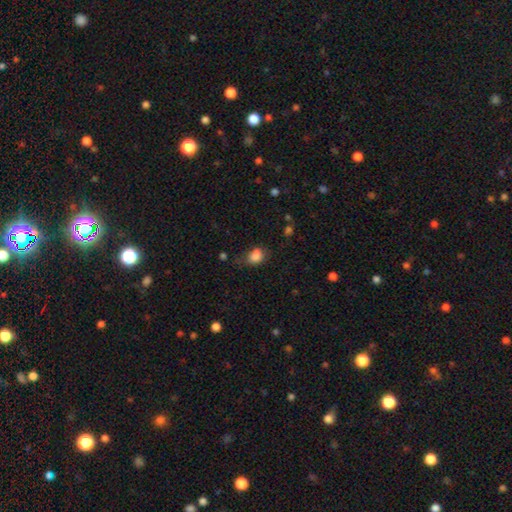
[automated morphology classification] A smooth galaxy with no disk features (85%) that is in between round and cigar-shaped (63%).

Vote fractions:
- Smooth or featured? smooth: 85% / star or artifact: 10% / featured or disk: 6%
- How rounded? in between: 63% / round: 35% / cigar-shaped: 1%
- Merging? none: 51% / minor disturbance: 32% / major disturbance: 13% / merger: 3%